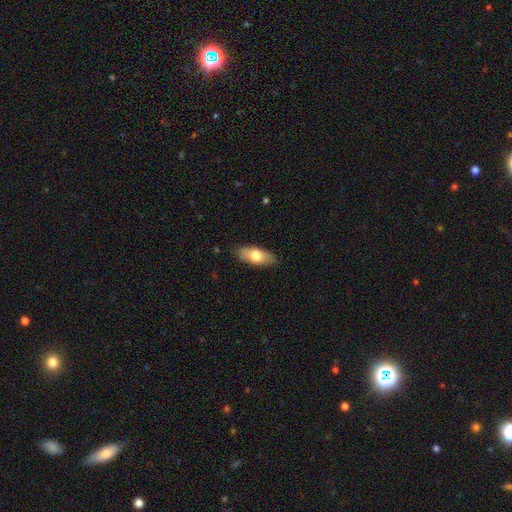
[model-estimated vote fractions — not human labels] Q: Smooth or featured?
A: smooth (73%); runner-up: featured or disk (21%)
Q: How rounded?
A: in between (83%); runner-up: cigar-shaped (14%)
Q: Merging?
A: none (84%); runner-up: minor disturbance (12%)